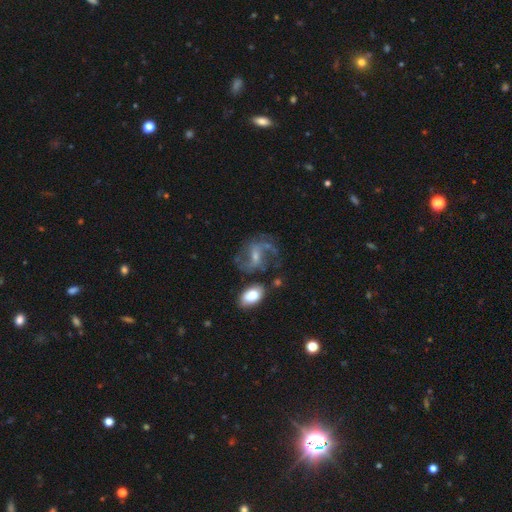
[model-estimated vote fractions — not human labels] Smooth or featured: featured or disk — 78% (smooth — 12%)
Edge-on disk: no — 97% (yes — 3%)
Bar: weak — 48% (no — 26%)
Spiral arms: yes — 90% (no — 10%)
Spiral winding: loose — 48% (medium — 41%)
Spiral arm count: 2 — 82% (can't tell — 7%)
Bulge size: small — 55% (moderate — 33%)
Merging: none — 57% (minor disturbance — 19%)